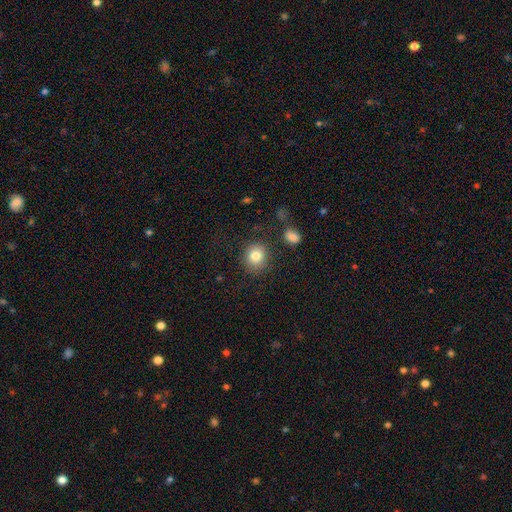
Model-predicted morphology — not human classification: This is clearly a smooth galaxy (82%). How rounded: likely round (80%). Merging: clearly none (82%).